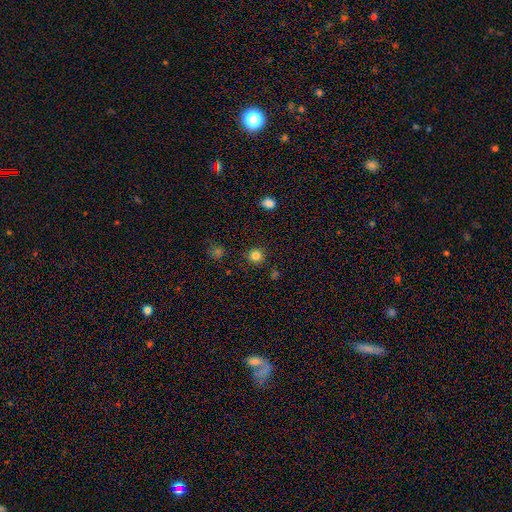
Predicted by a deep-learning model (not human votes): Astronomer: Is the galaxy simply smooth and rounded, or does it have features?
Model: smooth — 83%.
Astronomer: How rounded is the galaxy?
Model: round — 93%.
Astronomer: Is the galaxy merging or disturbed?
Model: none — 90%.